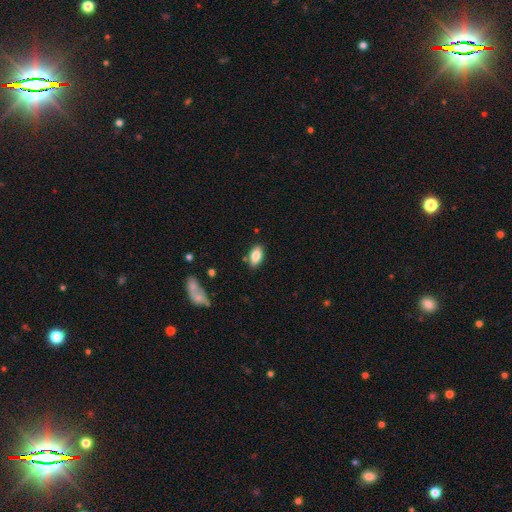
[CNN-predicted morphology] A smooth galaxy with no disk features (83%) that is in between round and cigar-shaped (90%).

Vote fractions:
- Smooth or featured? smooth: 83% / featured or disk: 9% / star or artifact: 7%
- How rounded? in between: 90% / cigar-shaped: 6% / round: 4%
- Merging? none: 83% / minor disturbance: 12% / merger: 3% / major disturbance: 2%